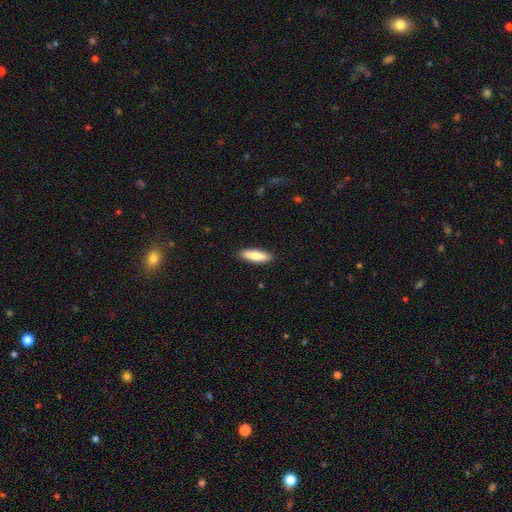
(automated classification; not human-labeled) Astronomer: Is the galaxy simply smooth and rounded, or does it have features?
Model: smooth — 79%.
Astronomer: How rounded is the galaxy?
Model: cigar-shaped — 55% (runner-up: in between, 43%).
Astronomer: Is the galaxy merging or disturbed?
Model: none — 90%.